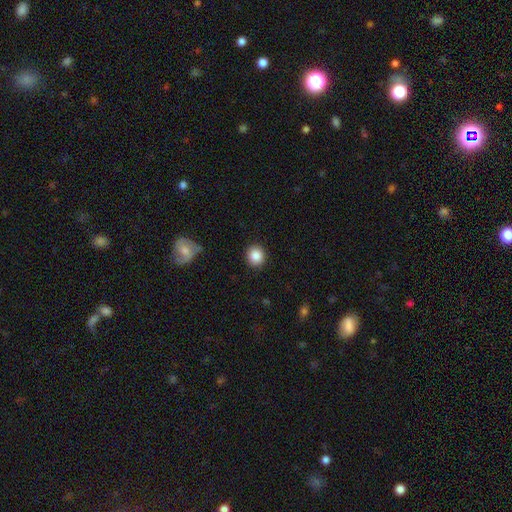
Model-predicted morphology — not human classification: This appears to be a smooth galaxy with no disk features (87%) that is round (84%). Merging: none (90%).